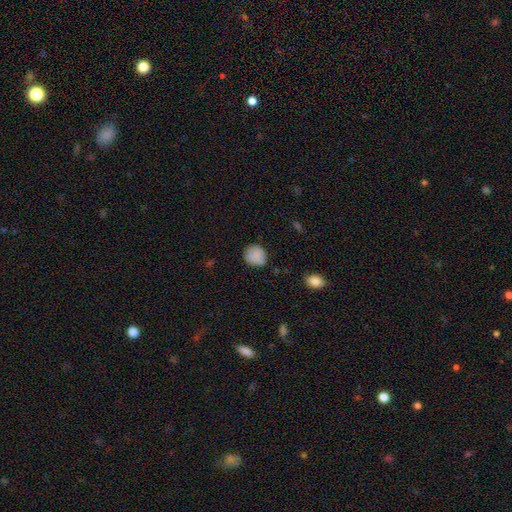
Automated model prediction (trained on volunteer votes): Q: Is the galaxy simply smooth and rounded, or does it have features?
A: smooth — 85%.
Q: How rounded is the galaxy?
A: round — 86%.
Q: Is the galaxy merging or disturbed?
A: none — 77%.